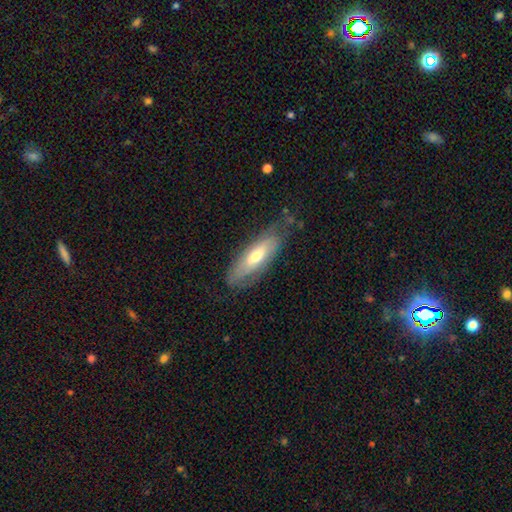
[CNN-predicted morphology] This appears to be a featured or disk galaxy (47%). Merging: none (71%).